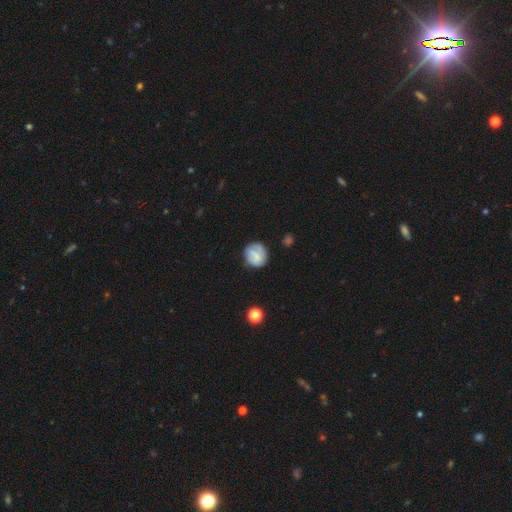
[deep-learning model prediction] smooth_or_featured: smooth (p=0.62) [alt: featured or disk p=0.29]
how_rounded: round (p=0.82) [alt: in between p=0.17]
merging: none (p=0.68) [alt: minor disturbance p=0.22]